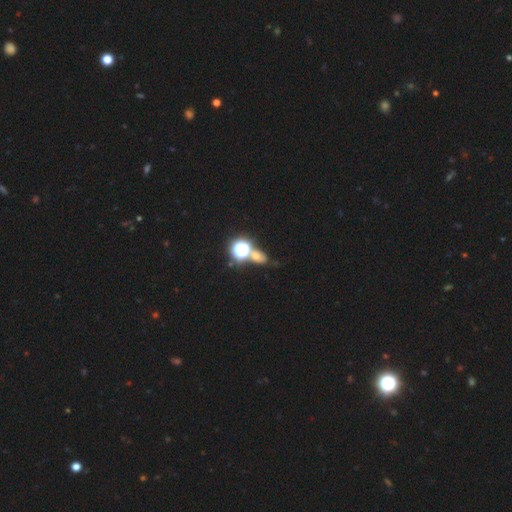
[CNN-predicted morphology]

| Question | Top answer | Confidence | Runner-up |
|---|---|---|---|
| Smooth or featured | smooth | 49% | star or artifact (40%) |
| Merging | none | 57% | merger (25%) |